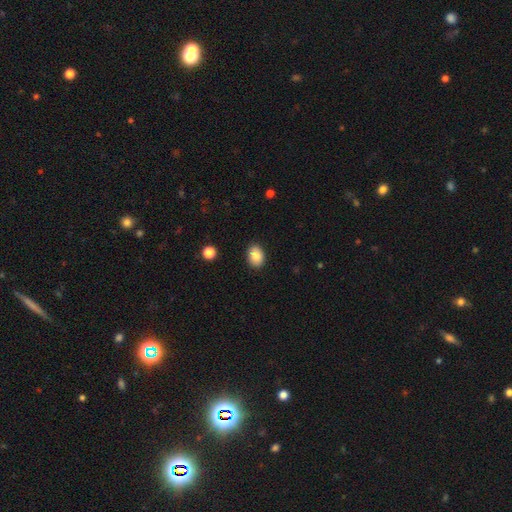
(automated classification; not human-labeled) Smooth or featured? Predicted: smooth (p=0.86). How rounded? Predicted: in between (p=0.75). Merging? Predicted: none (p=0.88).